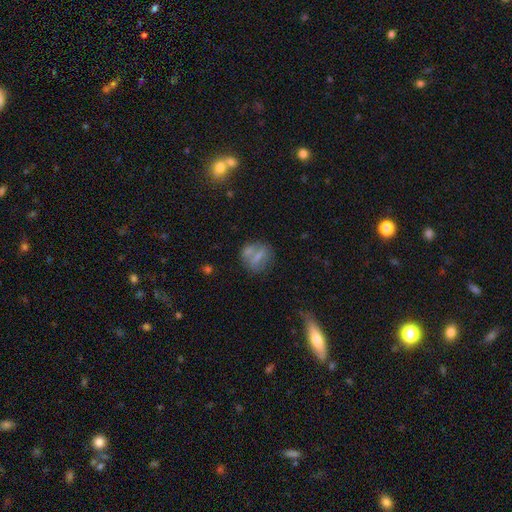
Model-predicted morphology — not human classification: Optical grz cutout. It shows a smooth galaxy with no disk features (60%) that is round (59%). Merging: none (52%).